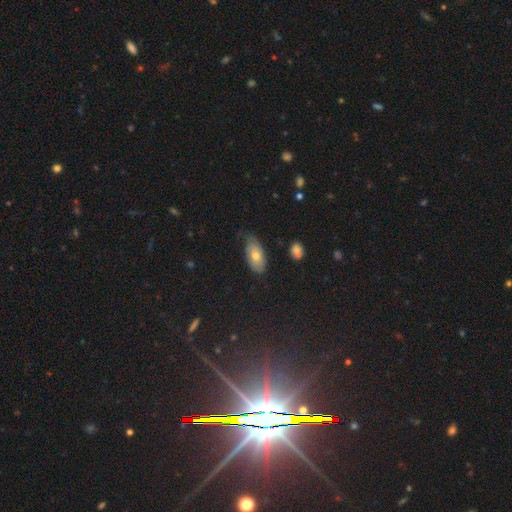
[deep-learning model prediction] smooth_or_featured: smooth (p=0.63) [alt: featured or disk p=0.26]
how_rounded: in between (p=0.88) [alt: cigar-shaped p=0.08]
merging: none (p=0.59) [alt: minor disturbance p=0.32]